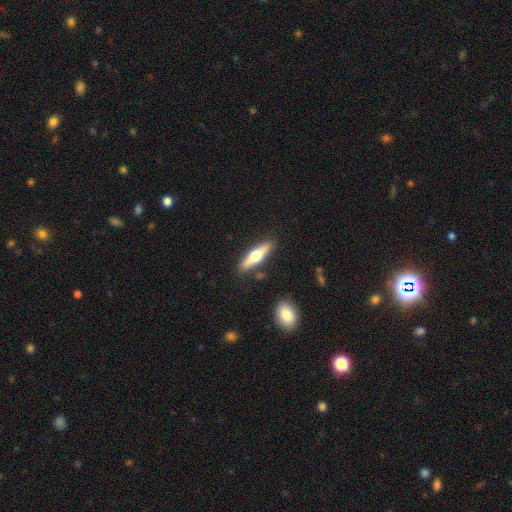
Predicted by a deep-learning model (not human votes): This appears to be a featured or disk galaxy (49%). Merging: none (86%).